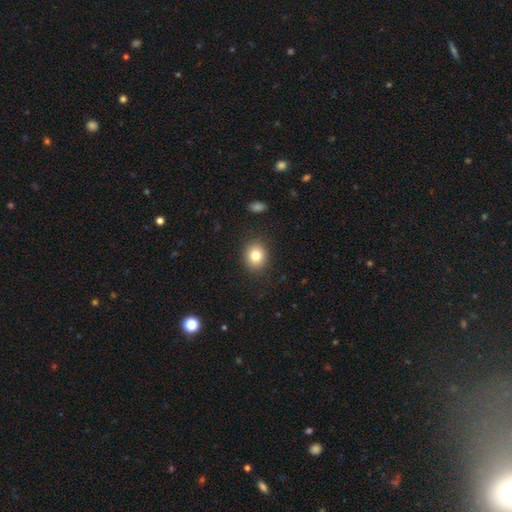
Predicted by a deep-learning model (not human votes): Morphology: type=smooth (81%); roundness=round (67%); merging=none (88%).